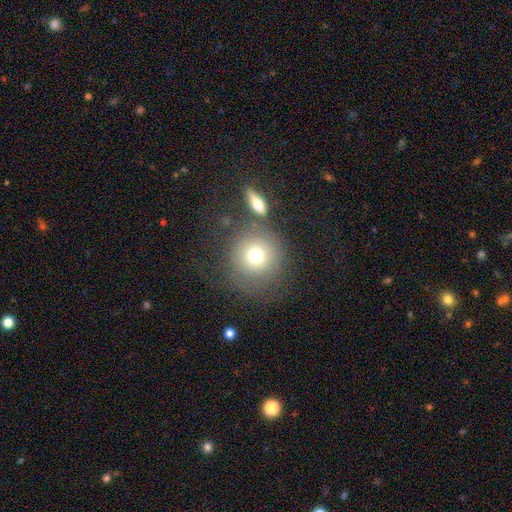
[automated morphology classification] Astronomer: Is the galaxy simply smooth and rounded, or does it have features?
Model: smooth — 71%.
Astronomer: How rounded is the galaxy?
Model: round — 91%.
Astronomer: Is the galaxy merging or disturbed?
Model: none — 65%.